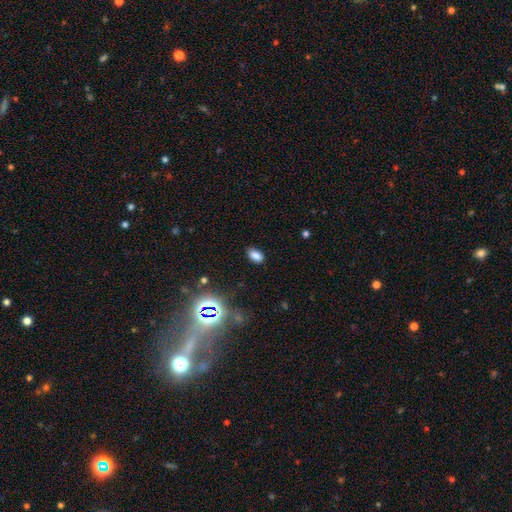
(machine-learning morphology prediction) Q: Smooth or featured?
A: smooth (79%); runner-up: star or artifact (15%)
Q: How rounded?
A: in between (90%); runner-up: round (8%)
Q: Merging?
A: none (87%); runner-up: minor disturbance (9%)